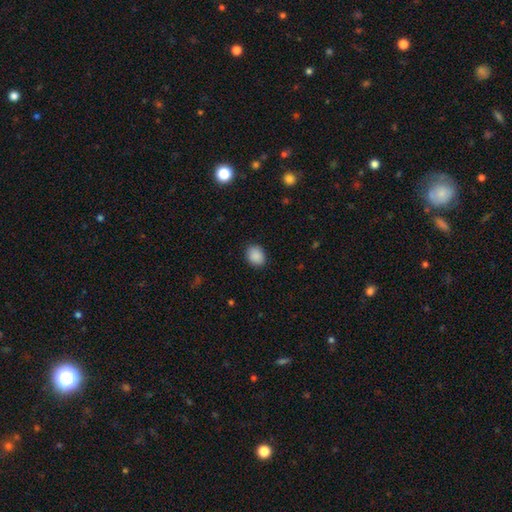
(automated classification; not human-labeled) Q: Smooth or featured?
A: smooth (89%); runner-up: star or artifact (8%)
Q: How rounded?
A: in between (53%); runner-up: round (46%)
Q: Merging?
A: none (88%); runner-up: minor disturbance (9%)